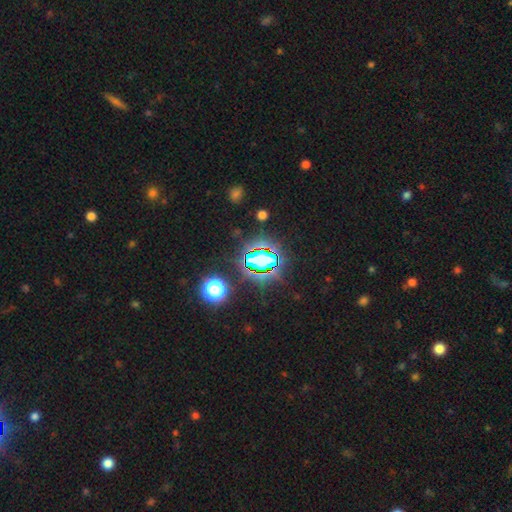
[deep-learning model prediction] smooth_or_featured: star or artifact (p=0.75) [alt: smooth p=0.16]